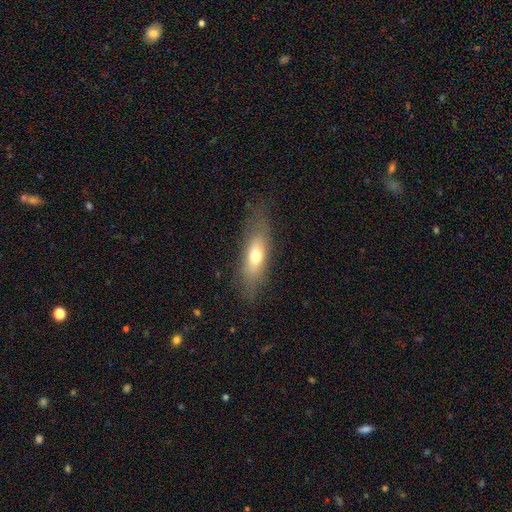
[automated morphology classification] Smooth or featured: smooth — 64% (featured or disk — 29%)
How rounded: in between — 54% (cigar-shaped — 42%)
Merging: none — 76% (minor disturbance — 16%)